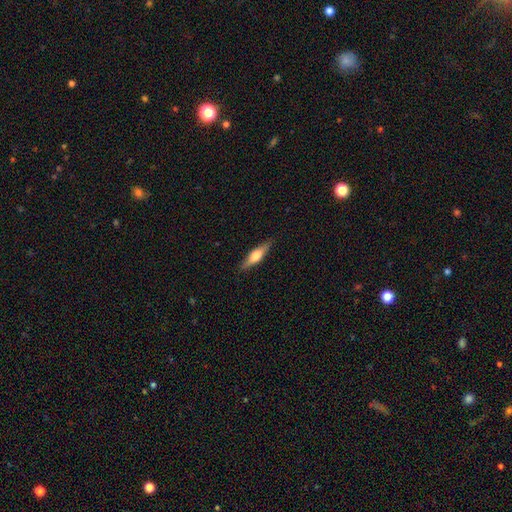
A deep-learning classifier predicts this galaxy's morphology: featured or disk 48%, smooth 46%, star or artifact 6%. Down the decision tree: merging — none (88%).